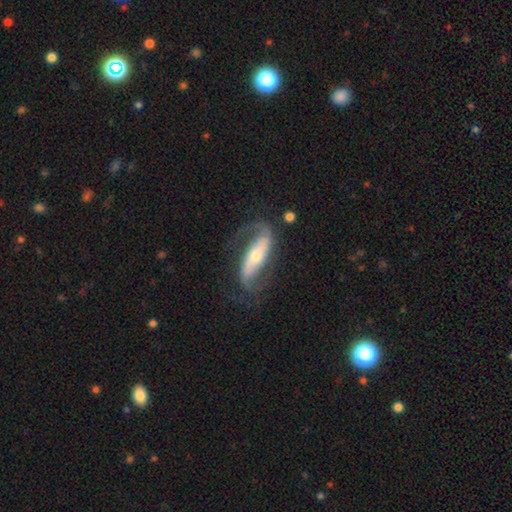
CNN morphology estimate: Smooth or featured? featured or disk (82%)
Edge-on disk? no (88%)
Bar? strong (50%)
Spiral arms? yes (94%)
Spiral winding? loose (45%)
Spiral arm count? 2 (88%)
Bulge size? small (47%)
Merging? none (69%)